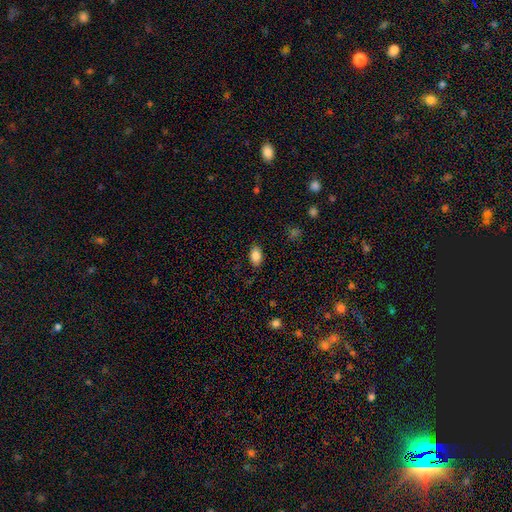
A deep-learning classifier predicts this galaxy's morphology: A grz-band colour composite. It shows a smooth galaxy with no disk features (86%) that is in between round and cigar-shaped (89%). Merging: none (84%).